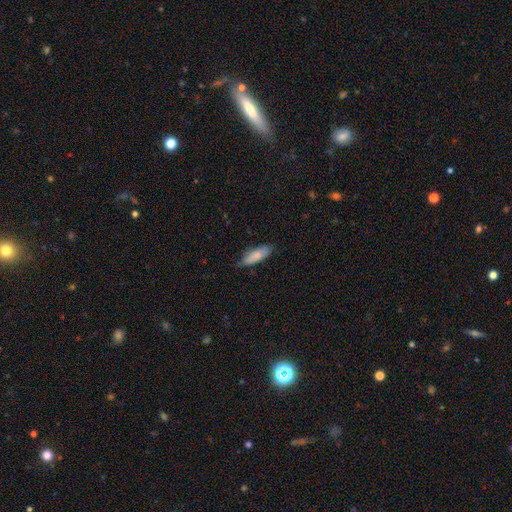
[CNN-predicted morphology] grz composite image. It shows a smooth galaxy with no disk features (80%) that is in between round and cigar-shaped (65%). Merging: none (69%).